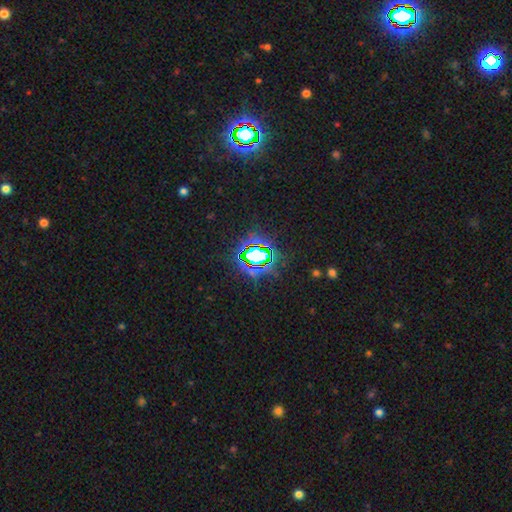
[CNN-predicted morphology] Smooth or featured: star or artifact — 76% (smooth — 14%)